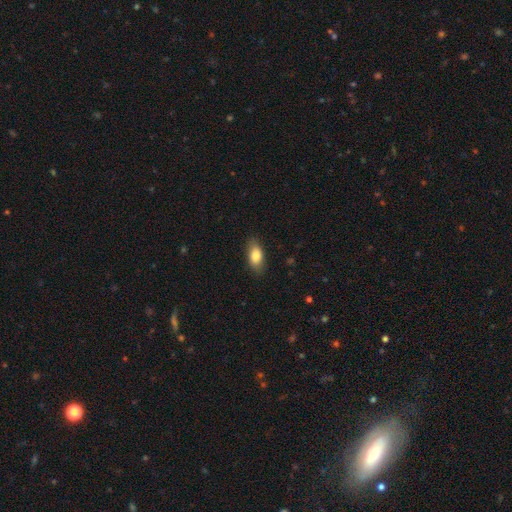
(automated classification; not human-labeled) A smooth galaxy with no disk features (82%) that is in between round and cigar-shaped (87%). Merging: none (85%).